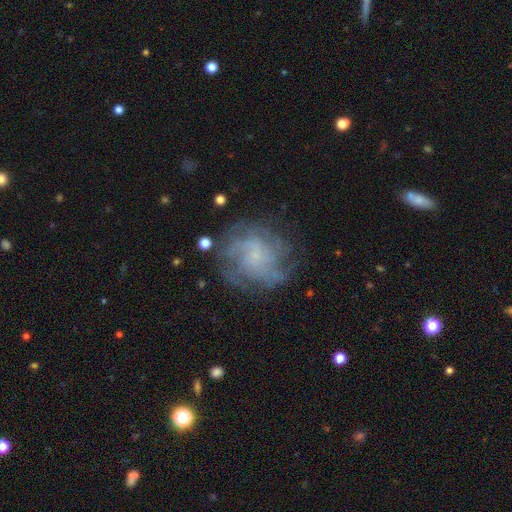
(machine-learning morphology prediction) smooth-or-featured: featured or disk: 71% | smooth: 18% | star or artifact: 11%
  disk-edge-on: no: 98% | yes: 2%
    bar: no: 73% | weak: 23% | strong: 4%
    has-spiral-arms: yes: 86% | no: 14%
      spiral-winding: medium: 40% (tied) | tight: 40% (tied) | loose: 20%
      spiral-arm-count: can't tell: 39% | 4: 20% | 3: 15% | 2: 11% | more than 4: 9% | 1: 6%
    bulge-size: small: 60% | none: 24% | moderate: 13% | large: 2% | dominant: 1%
  merging: none: 69% | minor disturbance: 17% | major disturbance: 12% | merger: 2%